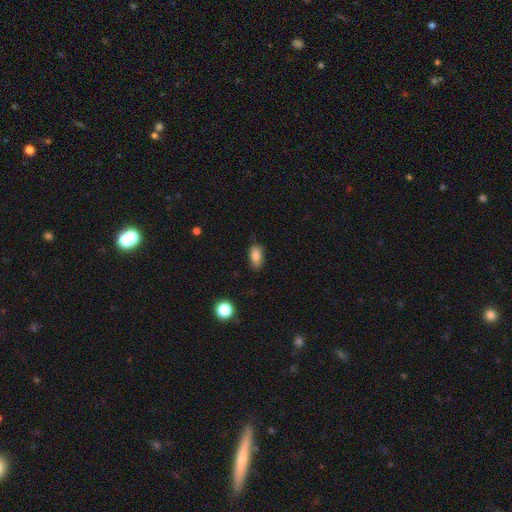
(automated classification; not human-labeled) The model was most divided on "merging": none: 79%, minor disturbance: 17%, major disturbance: 3%, merger: 1%. More confident: how rounded — in between (88%); smooth or featured — smooth (84%).